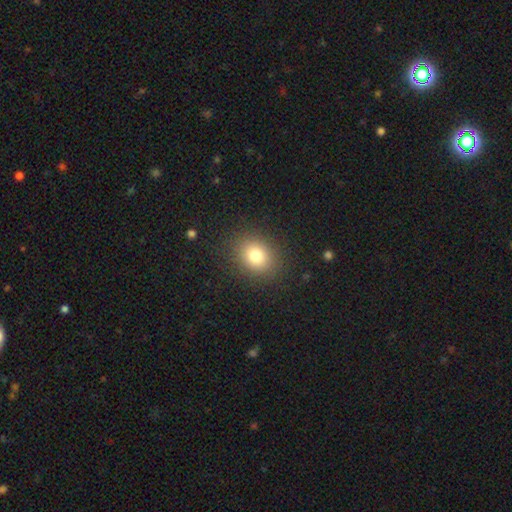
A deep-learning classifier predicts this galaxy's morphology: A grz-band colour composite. It shows a smooth galaxy with no disk features (79%) that is round (58%). Merging: none (87%).